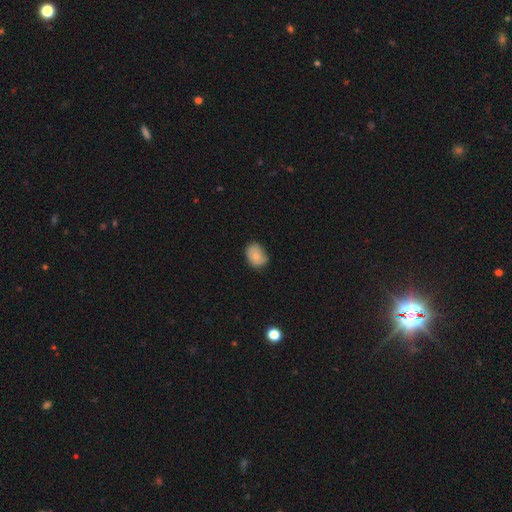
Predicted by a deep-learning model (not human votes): Smooth or featured: smooth — 77% (featured or disk — 15%)
How rounded: in between — 62% (round — 37%)
Merging: none — 68% (minor disturbance — 26%)